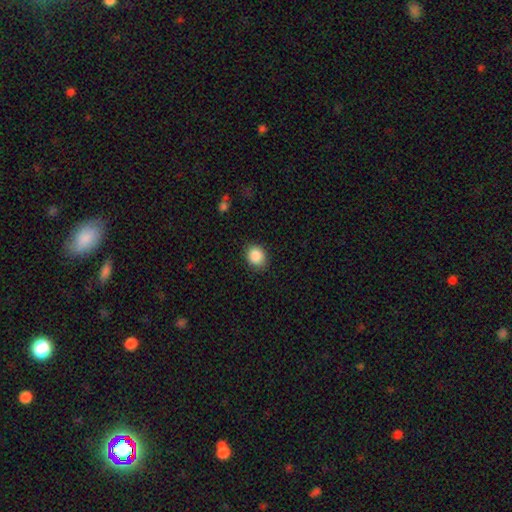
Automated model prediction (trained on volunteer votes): A smooth galaxy with no disk features (88%) that is round (63%). Merging: none (88%).